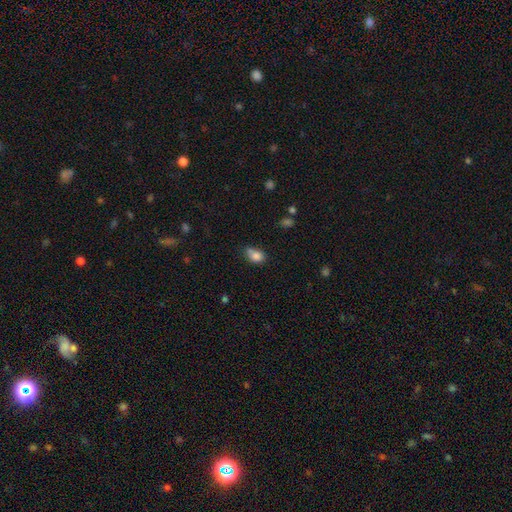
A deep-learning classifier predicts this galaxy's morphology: smooth 82%, star or artifact 10%, featured or disk 8%. Down the decision tree: how rounded — in between (72%); merging — none (45%).